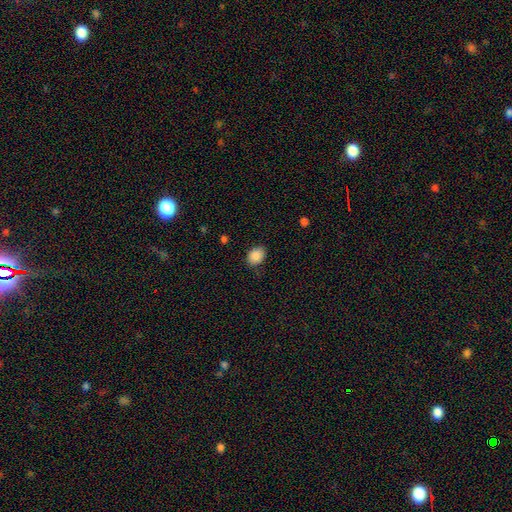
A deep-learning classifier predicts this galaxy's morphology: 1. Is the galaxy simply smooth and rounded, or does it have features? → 88% smooth, 8% star or artifact, 4% featured or disk.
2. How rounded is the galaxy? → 61% in between, 38% round, 1% cigar-shaped.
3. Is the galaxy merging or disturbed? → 83% none, 13% minor disturbance, 3% major disturbance, 1% merger.